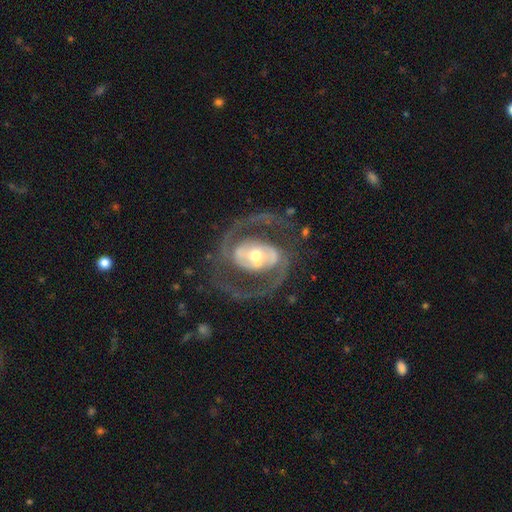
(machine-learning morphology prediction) Overall: featured or disk (91%). Edge-on disk: no (97%). Bar: strong (37%; weak 34%). Spiral arms: yes (95%). Spiral arm count: 2 (92%). Spiral winding: medium (59%; tight 23%). Bulge size: moderate (58%; small 32%). Merging: none (75%).